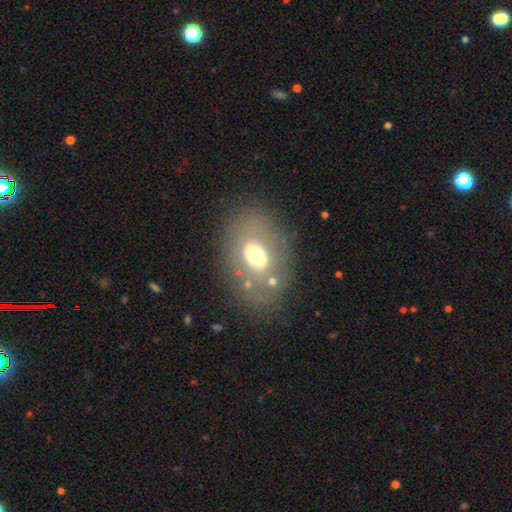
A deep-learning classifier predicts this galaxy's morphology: Smooth or featured?
  - smooth: 49% *
  - featured or disk: 40%
  - star or artifact: 11%
Merging?
  - none: 71% *
  - minor disturbance: 14%
  - major disturbance: 9%
  - merger: 6%